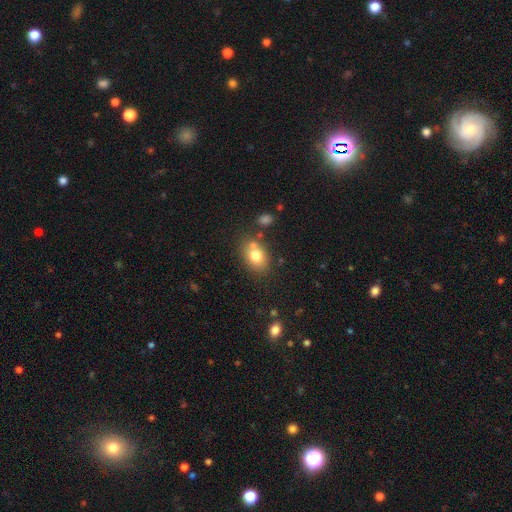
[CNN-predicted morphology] A smooth galaxy with no disk features (75%) that is in between round and cigar-shaped (66%). Merging: none (65%).